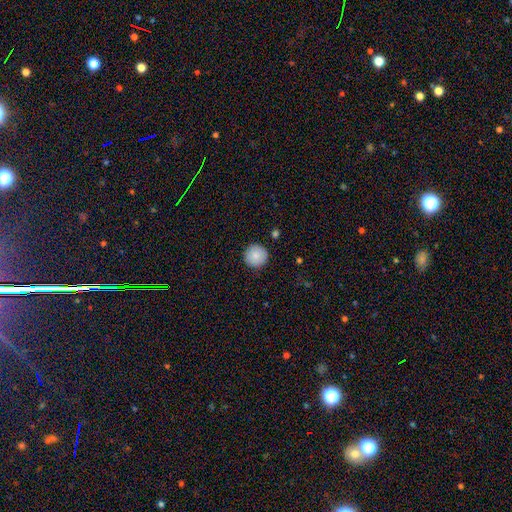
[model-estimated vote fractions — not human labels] smooth-or-featured: smooth: 86% | star or artifact: 8% | featured or disk: 7%
  how-rounded: round: 96% | in between: 3% | cigar-shaped: 1%
  merging: none: 91% | minor disturbance: 6% | major disturbance: 2% | merger: 1%